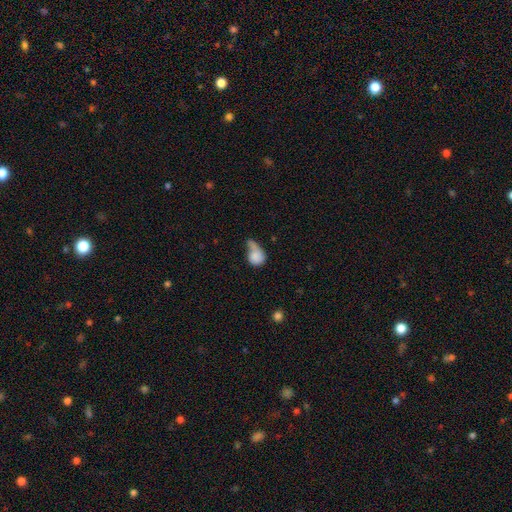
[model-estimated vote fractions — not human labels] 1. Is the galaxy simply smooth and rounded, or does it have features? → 75% smooth, 17% featured or disk, 8% star or artifact.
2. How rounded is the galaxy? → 54% round, 44% in between, 2% cigar-shaped.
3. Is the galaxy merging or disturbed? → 31% major disturbance, 24% merger, 23% none, 22% minor disturbance.